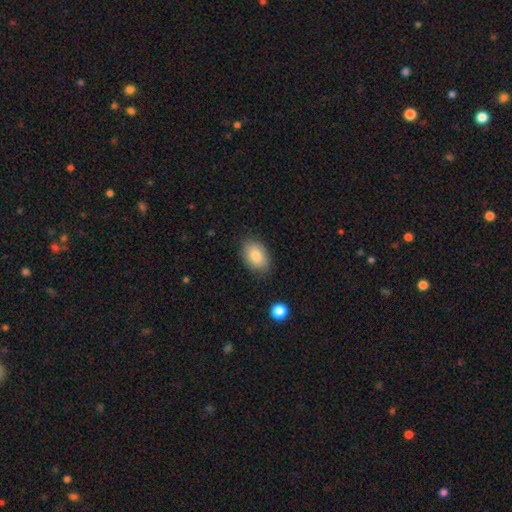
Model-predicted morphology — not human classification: Smooth or featured: smooth — 81% (featured or disk — 11%)
How rounded: in between — 87% (round — 12%)
Merging: none — 82% (minor disturbance — 13%)